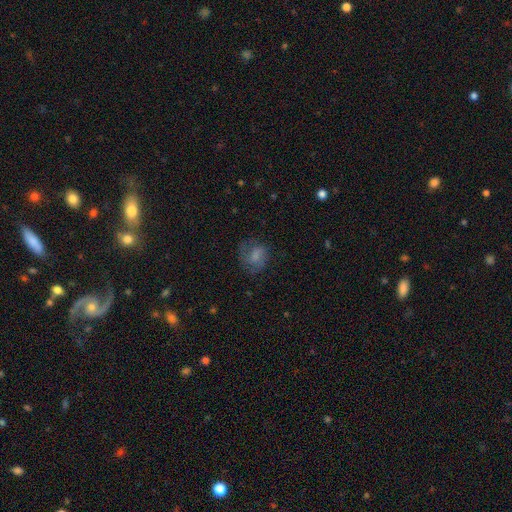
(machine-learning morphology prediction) smooth 60%, featured or disk 29%, star or artifact 11%. Down the decision tree: how rounded — round (54%); merging — none (54%).